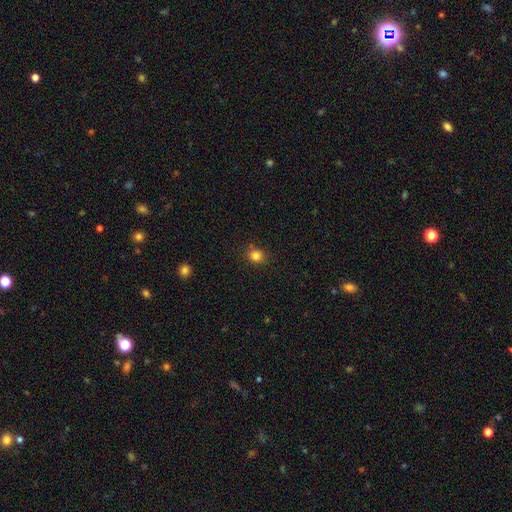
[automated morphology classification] A smooth galaxy with no disk features (82%) that is round (80%). Merging: none (80%).